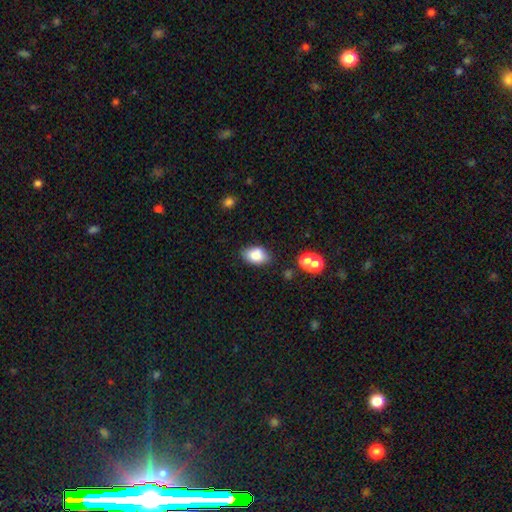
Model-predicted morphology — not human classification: Overall: smooth (83%). How rounded: in between (87%). Merging: none (79%).